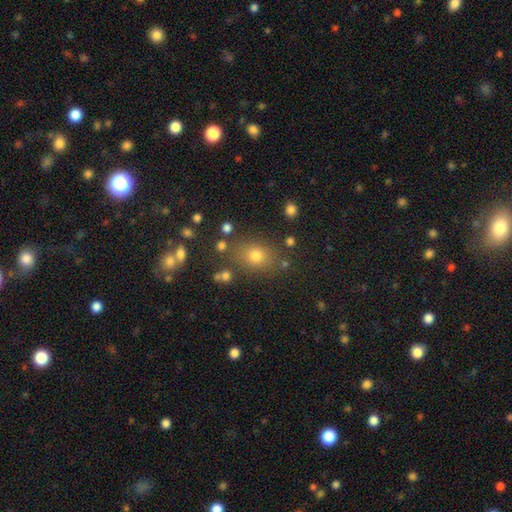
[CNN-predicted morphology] This appears to be a smooth galaxy with no disk features (71%) that is in between round and cigar-shaped (49%, tied with round). Merging: none (78%).